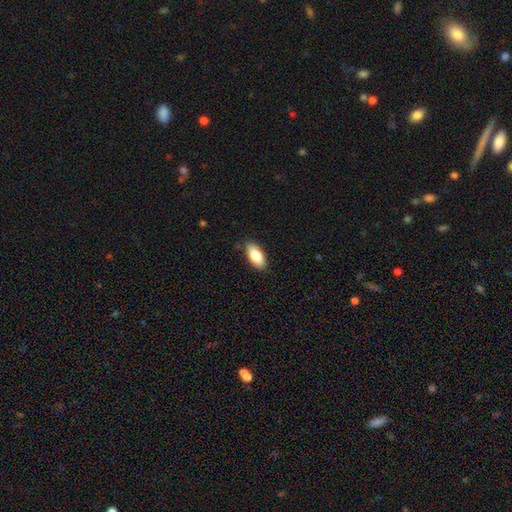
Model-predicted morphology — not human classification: A smooth galaxy with no disk features (83%) that is in between round and cigar-shaped (88%). Merging: none (87%).